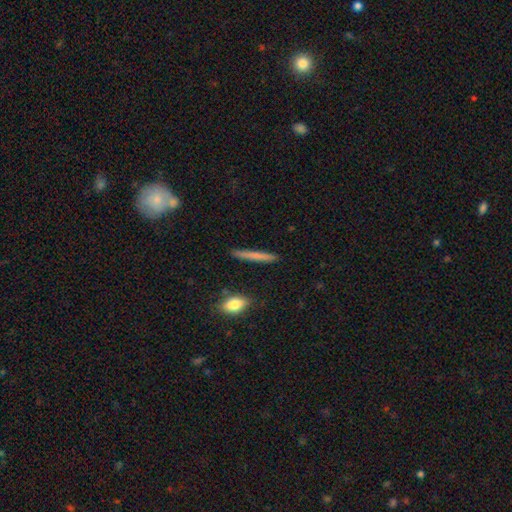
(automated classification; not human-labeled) A smooth galaxy with no disk features (68%) that is cigar-shaped (95%). Merging: none (90%).